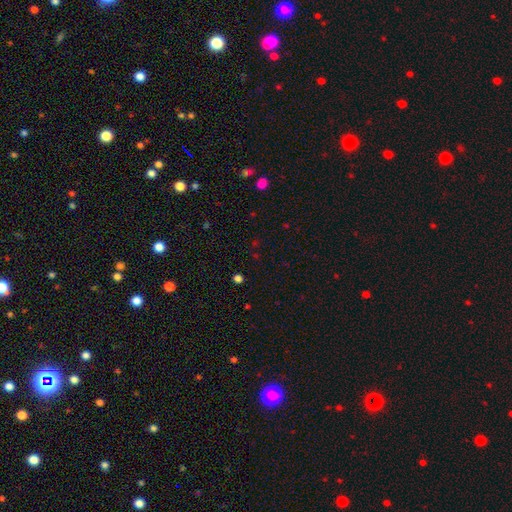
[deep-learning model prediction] Smooth or featured: star or artifact — 52% (smooth — 41%)